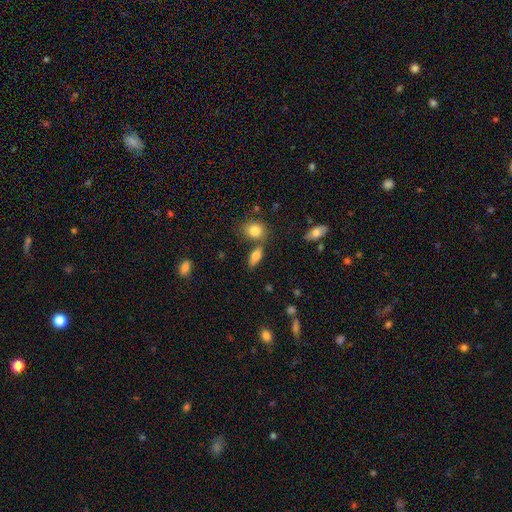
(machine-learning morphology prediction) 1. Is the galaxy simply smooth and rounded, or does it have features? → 75% smooth, 15% featured or disk, 9% star or artifact.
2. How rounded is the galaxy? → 75% in between, 18% cigar-shaped, 7% round.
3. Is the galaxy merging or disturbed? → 63% none, 19% merger, 13% minor disturbance, 4% major disturbance.